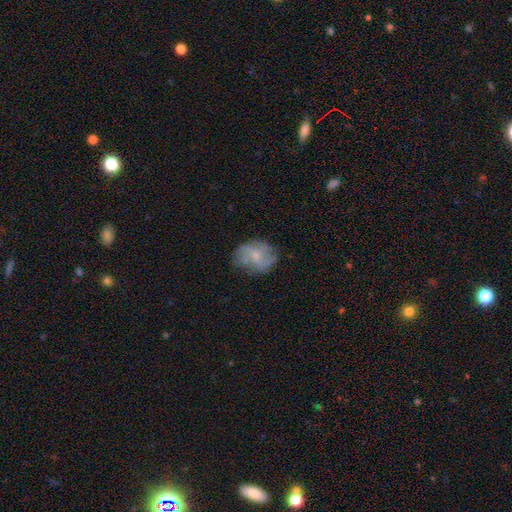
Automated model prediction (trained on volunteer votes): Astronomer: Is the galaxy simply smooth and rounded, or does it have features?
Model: featured or disk — 59%.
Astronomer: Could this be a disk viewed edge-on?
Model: no — 97%.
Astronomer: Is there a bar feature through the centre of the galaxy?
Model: no — 65%.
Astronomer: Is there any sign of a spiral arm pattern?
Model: yes — 78%.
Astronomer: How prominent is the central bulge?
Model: small — 59%.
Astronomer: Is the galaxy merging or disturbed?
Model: none — 65%.